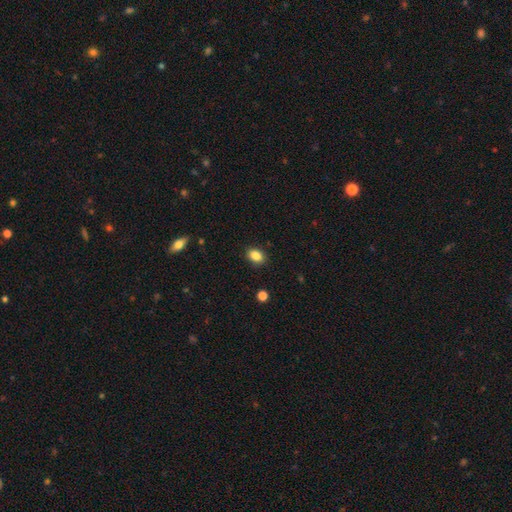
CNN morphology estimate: smooth_or_featured: smooth (p=0.86) [alt: star or artifact p=0.09]
how_rounded: in between (p=0.73) [alt: round p=0.26]
merging: none (p=0.88) [alt: minor disturbance p=0.09]